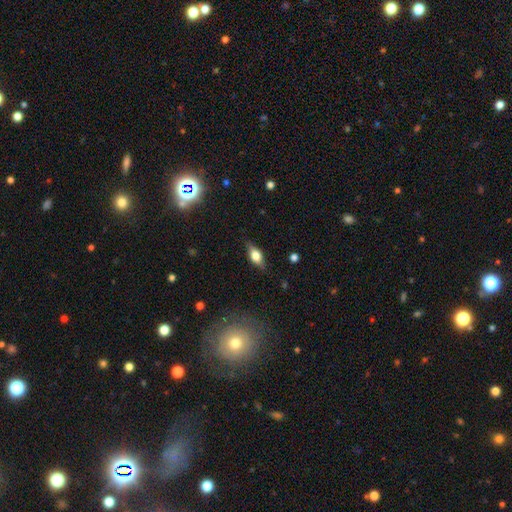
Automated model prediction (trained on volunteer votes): smooth-or-featured: smooth: 53% | featured or disk: 38% | star or artifact: 9%
  how-rounded: in between: 77% | cigar-shaped: 15% | round: 8%
  merging: none: 81% | minor disturbance: 14% | major disturbance: 3% | merger: 1%